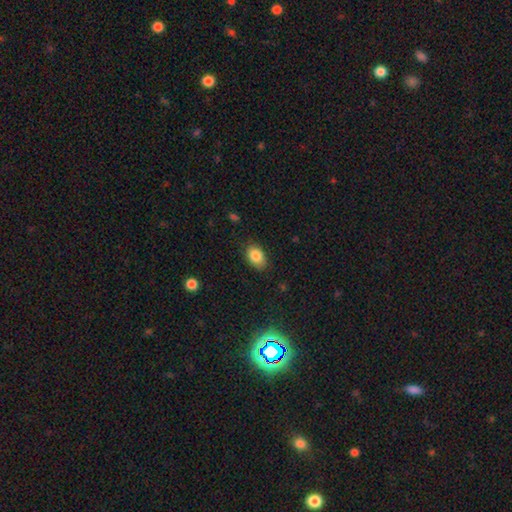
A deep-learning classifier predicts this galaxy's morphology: This appears to be a smooth galaxy with no disk features (84%) that is in between round and cigar-shaped (85%). Merging: none (83%).